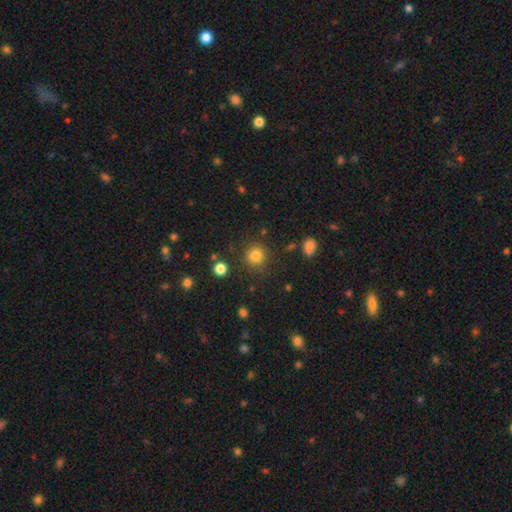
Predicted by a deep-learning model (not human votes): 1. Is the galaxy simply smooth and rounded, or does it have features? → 82% smooth, 13% star or artifact, 5% featured or disk.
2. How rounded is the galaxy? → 91% round, 8% in between, 1% cigar-shaped.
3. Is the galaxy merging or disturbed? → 85% none, 9% minor disturbance, 4% major disturbance, 3% merger.